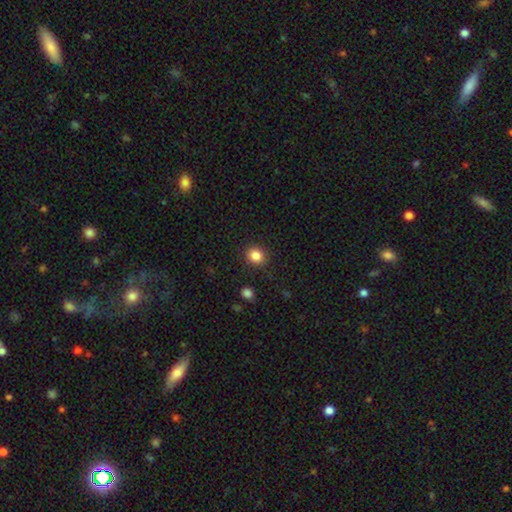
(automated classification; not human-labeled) Smooth or featured?
  - smooth: 85% *
  - star or artifact: 11%
  - featured or disk: 4%
How rounded?
  - round: 76% *
  - in between: 23%
  - cigar-shaped: 1%
Merging?
  - none: 89% *
  - minor disturbance: 7%
  - major disturbance: 3%
  - merger: 1%